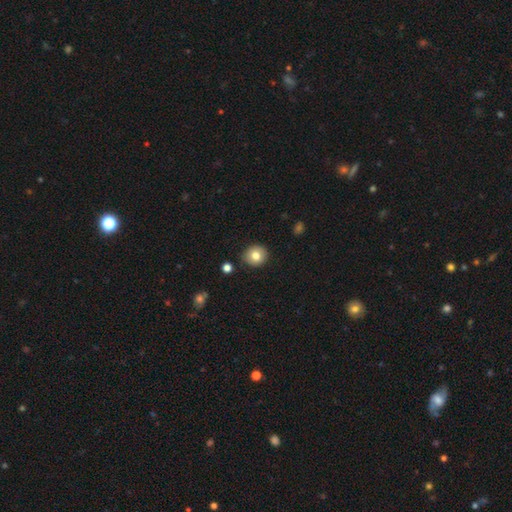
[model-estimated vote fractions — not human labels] smooth-or-featured: smooth: 79% | featured or disk: 11% | star or artifact: 10%
  how-rounded: round: 80% | in between: 19% | cigar-shaped: 1%
  merging: none: 87% | minor disturbance: 9% | major disturbance: 2% | merger: 2%